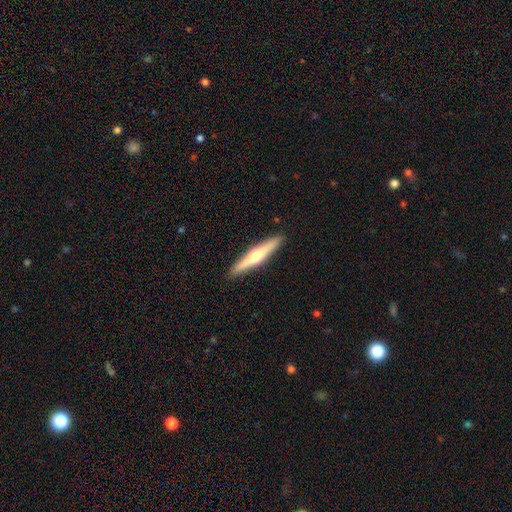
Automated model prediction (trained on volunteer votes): Smooth or featured: featured or disk — 61% (smooth — 34%)
Edge-on disk: yes — 97% (no — 3%)
Edge-on bulge: rounded — 93% (none — 4%)
Merging: none — 91% (minor disturbance — 6%)